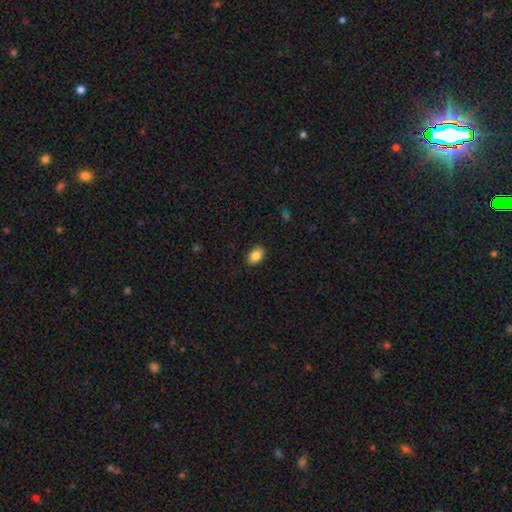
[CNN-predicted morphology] This is clearly a smooth galaxy (86%). How rounded: clearly in between (87%). Merging: clearly none (89%).